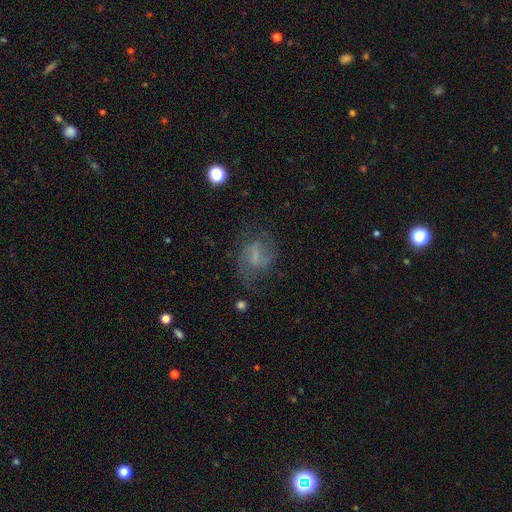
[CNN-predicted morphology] A featured or disk galaxy (60%) with a weak bar (49%), spiral arms (81%) and no central bulge (48%).

Vote fractions:
- Smooth or featured? featured or disk: 60% / smooth: 28% / star or artifact: 13%
- Edge-on disk? no: 97% / yes: 3%
- Bar? weak: 49% / no: 31% / strong: 19%
- Spiral arms? yes: 81% / no: 19%
- Bulge size? none: 48% / small: 29% / moderate: 18% / large: 4% / dominant: 1%
- Merging? none: 57% / minor disturbance: 21% / major disturbance: 20% / merger: 3%